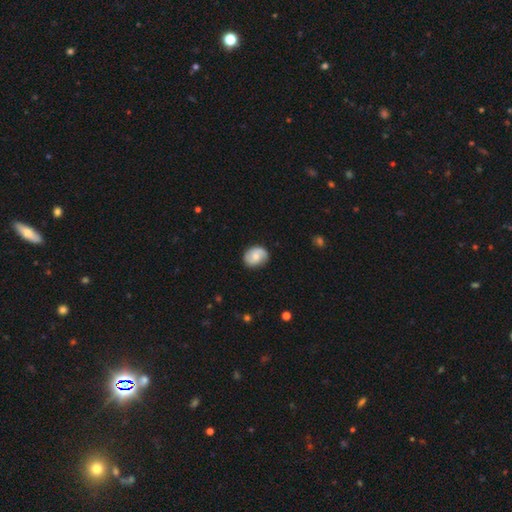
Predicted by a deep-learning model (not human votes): Smooth or featured: featured or disk — 50% (smooth — 43%)
Edge-on disk: no — 97% (yes — 3%)
Merging: none — 80% (minor disturbance — 16%)